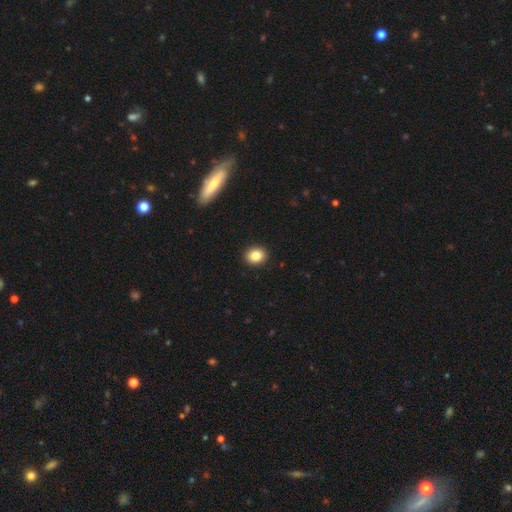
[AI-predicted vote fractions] The model was most divided on "how rounded": round: 68%, in between: 31%, cigar-shaped: 1%. More confident: merging — none (92%); smooth or featured — smooth (84%).